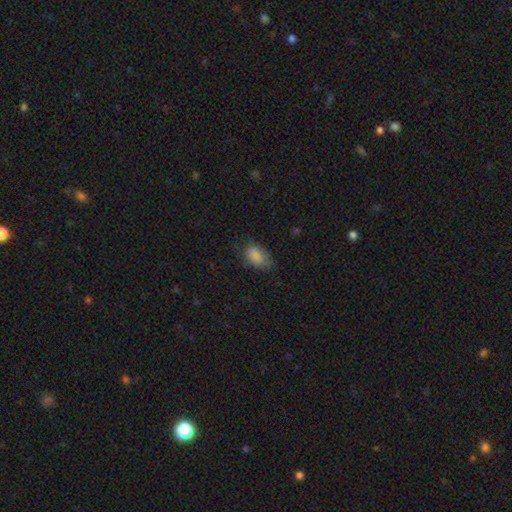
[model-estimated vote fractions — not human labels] Smooth or featured: smooth — 86% (star or artifact — 8%)
How rounded: in between — 89% (round — 9%)
Merging: none — 66% (minor disturbance — 25%)